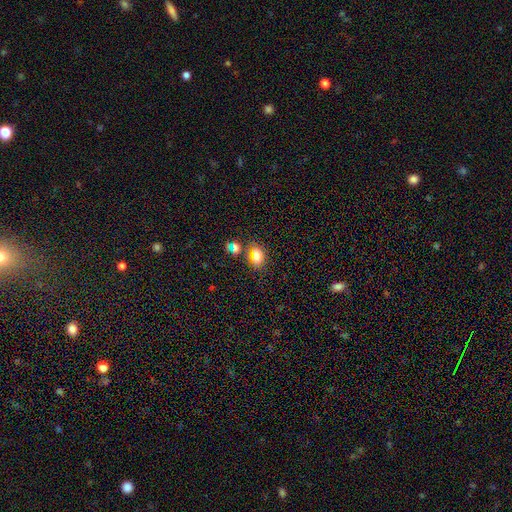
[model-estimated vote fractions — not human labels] Smooth or featured?
  - smooth: 69% *
  - star or artifact: 22%
  - featured or disk: 9%
How rounded?
  - in between: 74% *
  - round: 24%
  - cigar-shaped: 3%
Merging?
  - none: 69% *
  - minor disturbance: 14%
  - merger: 13%
  - major disturbance: 5%